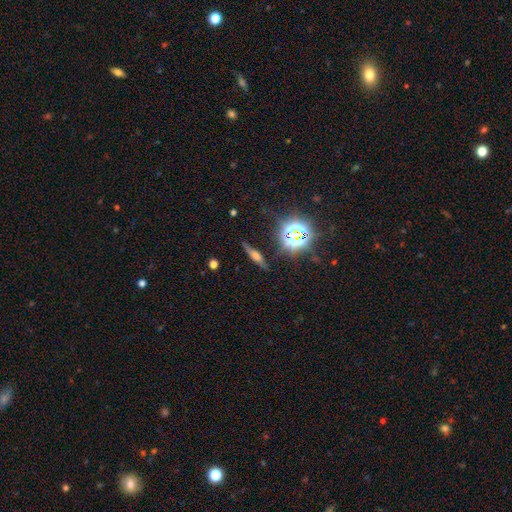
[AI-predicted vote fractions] Q: Smooth or featured?
A: featured or disk (46%); runner-up: smooth (33%)
Q: Merging?
A: none (85%); runner-up: minor disturbance (11%)